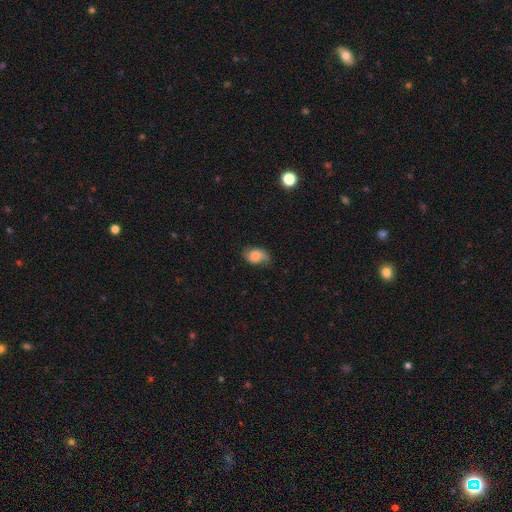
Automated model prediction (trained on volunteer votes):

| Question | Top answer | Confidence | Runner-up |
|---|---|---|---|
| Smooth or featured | smooth | 68% | featured or disk (23%) |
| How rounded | in between | 76% | round (23%) |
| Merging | none | 61% | minor disturbance (29%) |